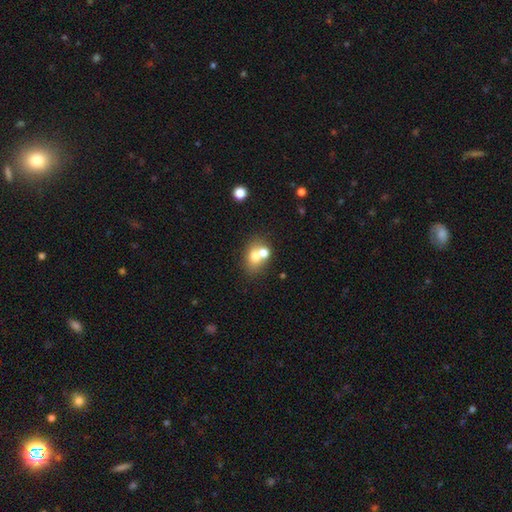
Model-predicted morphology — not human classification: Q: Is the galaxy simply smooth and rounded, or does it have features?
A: smooth — 67%.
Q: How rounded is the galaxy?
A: in between — 50%.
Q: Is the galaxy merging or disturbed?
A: merger — 48%.